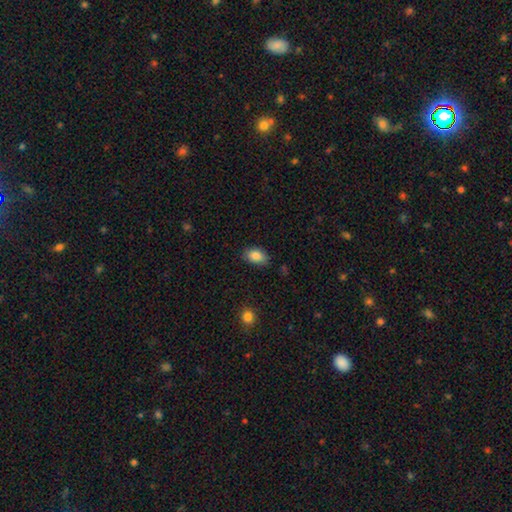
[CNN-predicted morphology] smooth_or_featured: smooth (p=0.86) [alt: star or artifact p=0.08]
how_rounded: in between (p=0.87) [alt: round p=0.12]
merging: none (p=0.80) [alt: minor disturbance p=0.16]